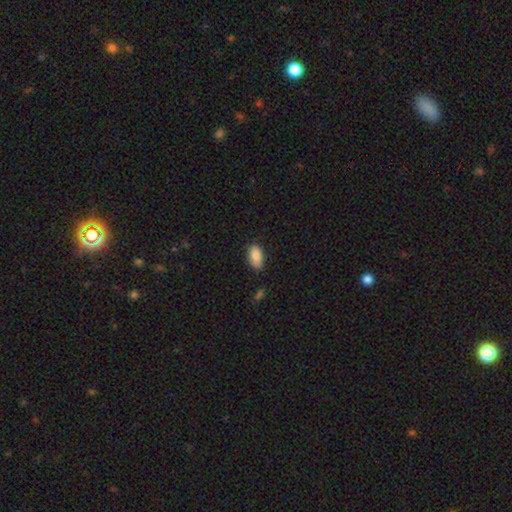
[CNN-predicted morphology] Smooth or featured: smooth — 87% (star or artifact — 7%)
How rounded: in between — 92% (round — 4%)
Merging: none — 77% (minor disturbance — 19%)